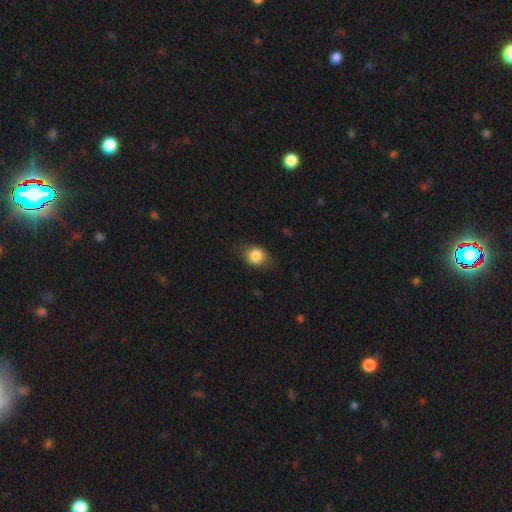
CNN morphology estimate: type=smooth (84%); roundness=round (61%); merging=none (71%).